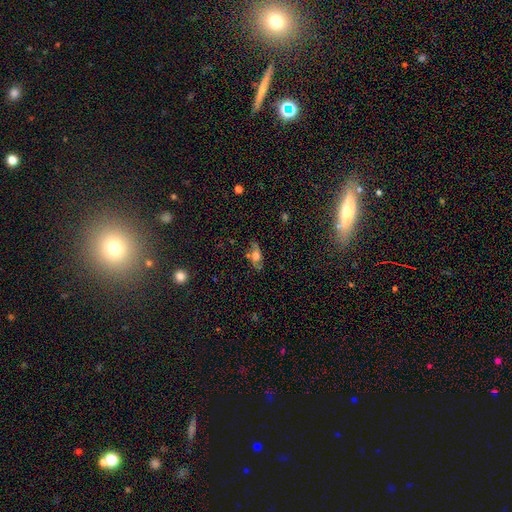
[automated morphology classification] This appears to be a smooth galaxy with no disk features (48%). Merging: none (64%).